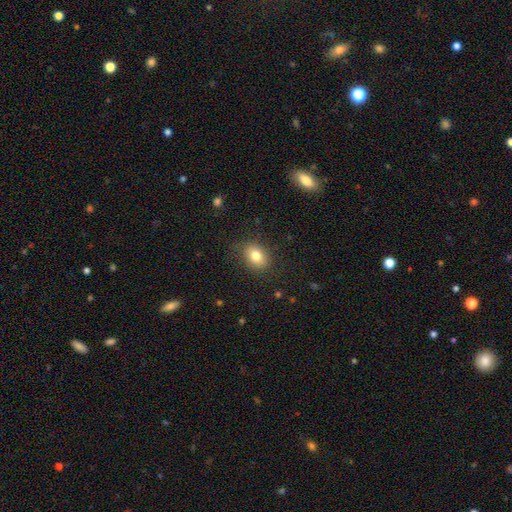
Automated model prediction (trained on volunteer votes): Smooth or featured? smooth (80%)
How rounded? in between (61%)
Merging? none (84%)